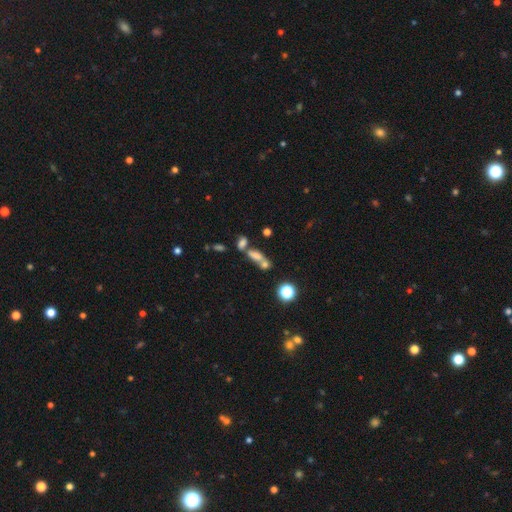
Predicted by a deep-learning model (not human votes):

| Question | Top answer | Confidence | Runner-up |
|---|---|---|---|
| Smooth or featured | smooth | 58% | star or artifact (21%) |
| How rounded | in between | 57% | cigar-shaped (24%) |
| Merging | merger | 47% | none (34%) |